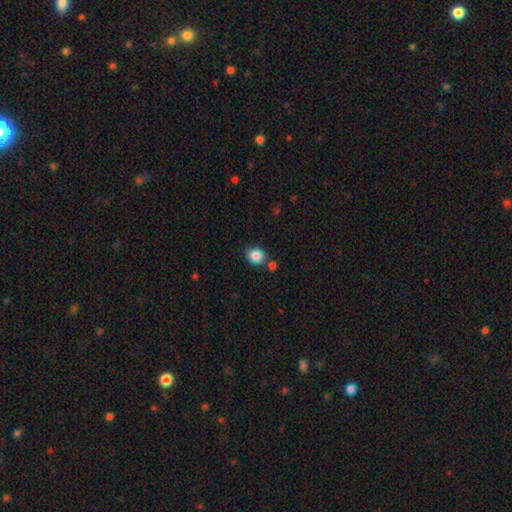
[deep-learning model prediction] Q: Smooth or featured?
A: smooth (87%); runner-up: star or artifact (9%)
Q: How rounded?
A: round (66%); runner-up: in between (33%)
Q: Merging?
A: none (73%); runner-up: minor disturbance (12%)